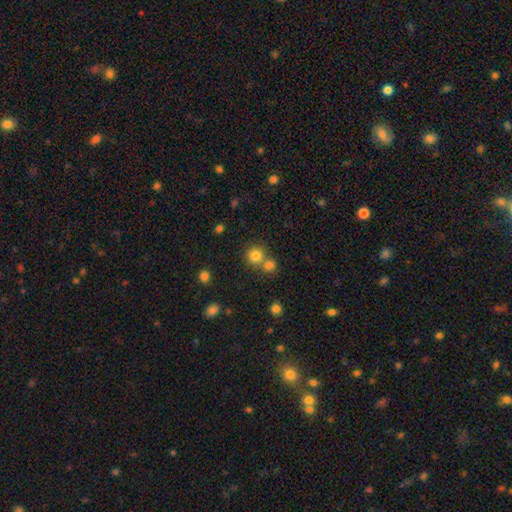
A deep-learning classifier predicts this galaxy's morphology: This is likely a smooth galaxy (79%). How rounded: clearly round (90%). Merging: possibly none (55%).